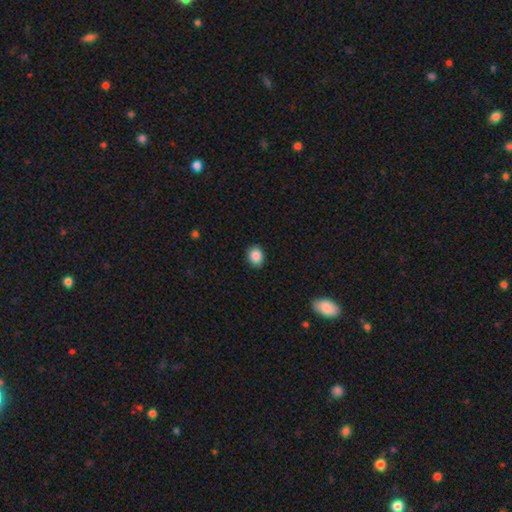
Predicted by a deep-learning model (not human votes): This appears to be a smooth galaxy with no disk features (88%) that is round (52%). Merging: none (89%).